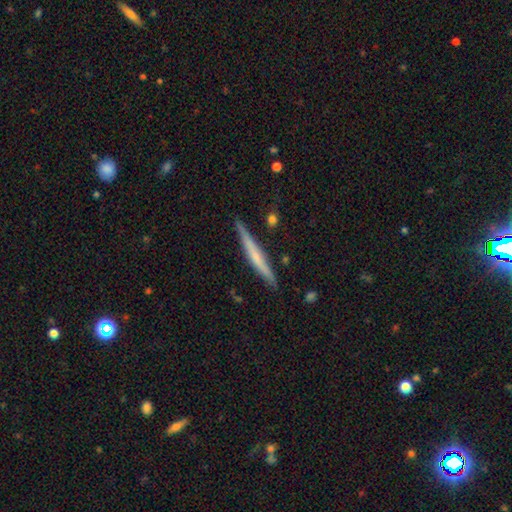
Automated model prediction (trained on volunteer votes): A featured or disk galaxy (50%) viewed edge-on (96%).

Vote fractions:
- Smooth or featured? featured or disk: 50% / smooth: 44% / star or artifact: 6%
- Edge-on disk? yes: 96% / no: 4%
- Merging? none: 87% / minor disturbance: 10% / merger: 2% / major disturbance: 2%